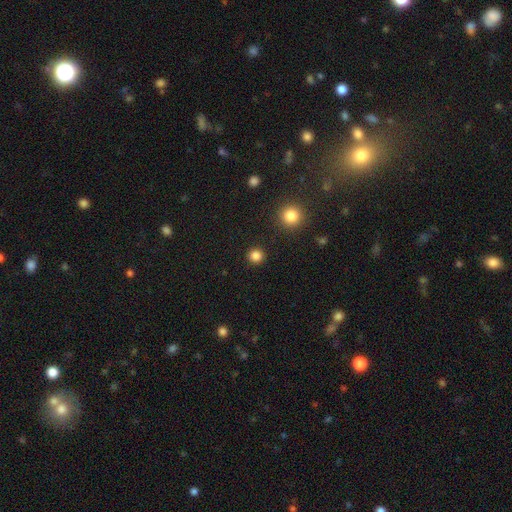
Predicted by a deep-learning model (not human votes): Overall: smooth (83%). How rounded: round (94%). Merging: none (92%).